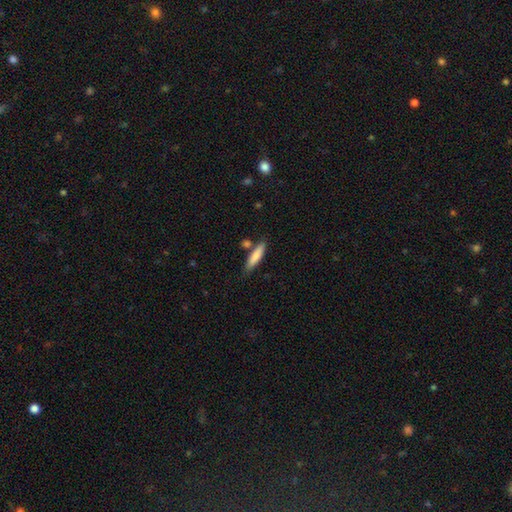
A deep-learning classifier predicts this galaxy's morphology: The model was most divided on "how rounded": cigar-shaped: 78%, in between: 21%, round: 2%. More confident: smooth or featured — smooth (81%); merging — none (75%).